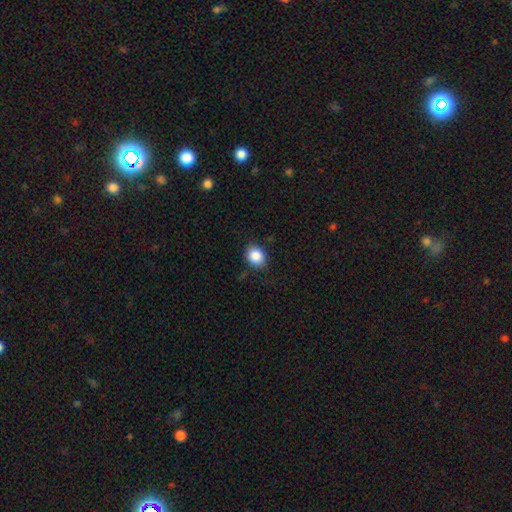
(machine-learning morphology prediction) Smooth or featured: smooth — 87% (star or artifact — 9%)
How rounded: round — 53% (in between — 46%)
Merging: none — 82% (minor disturbance — 14%)